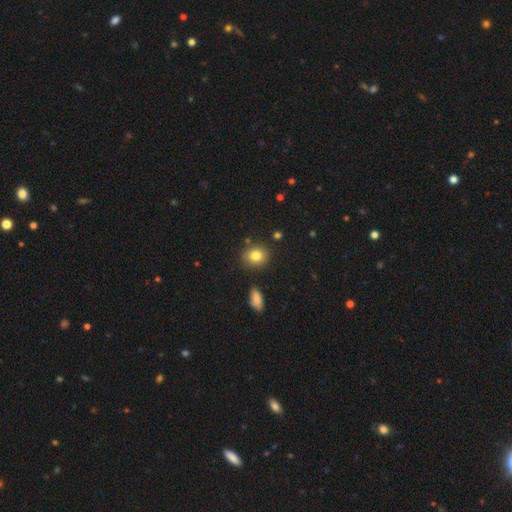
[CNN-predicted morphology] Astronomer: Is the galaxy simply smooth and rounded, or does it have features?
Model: smooth — 82%.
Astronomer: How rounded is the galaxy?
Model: round — 70%.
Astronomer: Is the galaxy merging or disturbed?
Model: none — 84%.